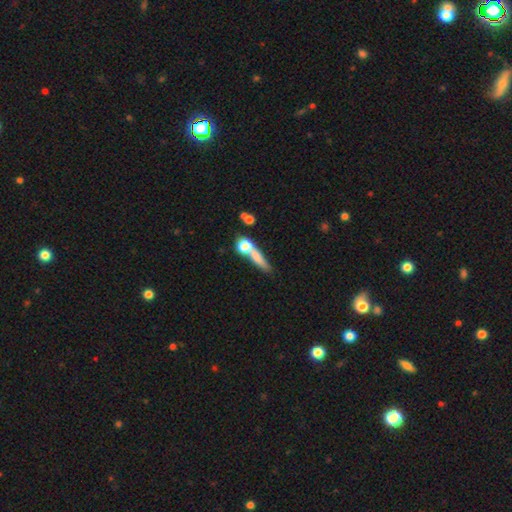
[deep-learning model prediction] A smooth galaxy with no disk features (64%) that is cigar-shaped (53%). Merging: none (38%, tied with merger).